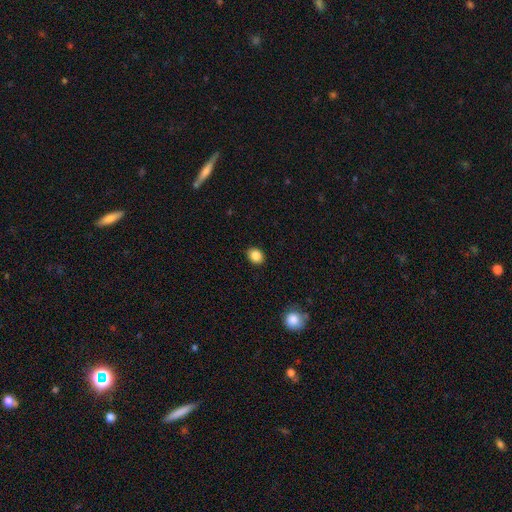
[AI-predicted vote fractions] The model was most divided on "how rounded": in between: 50%, round: 49%, cigar-shaped: 1%. More confident: merging — none (90%); smooth or featured — smooth (85%).